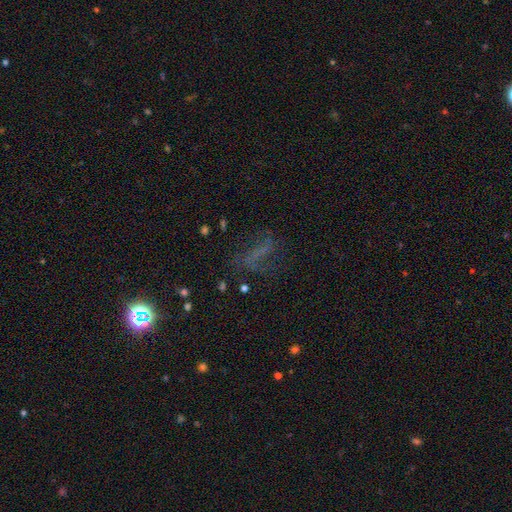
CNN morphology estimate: Q: Smooth or featured?
A: featured or disk (36%); runner-up: star or artifact (33%)
Q: Merging?
A: none (54%); runner-up: major disturbance (23%)